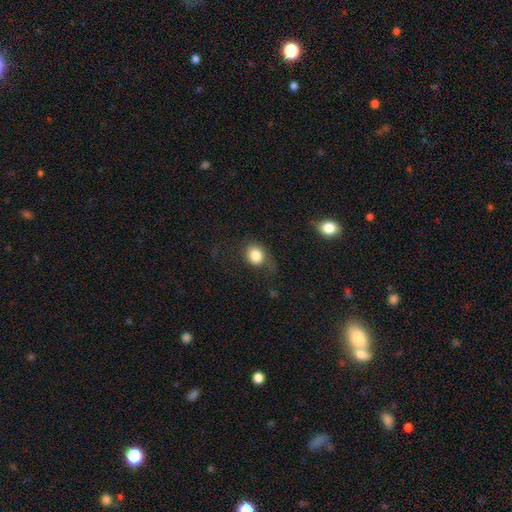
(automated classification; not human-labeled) Smooth or featured: smooth — 81% (featured or disk — 9%)
How rounded: round — 55% (in between — 44%)
Merging: none — 57% (minor disturbance — 24%)